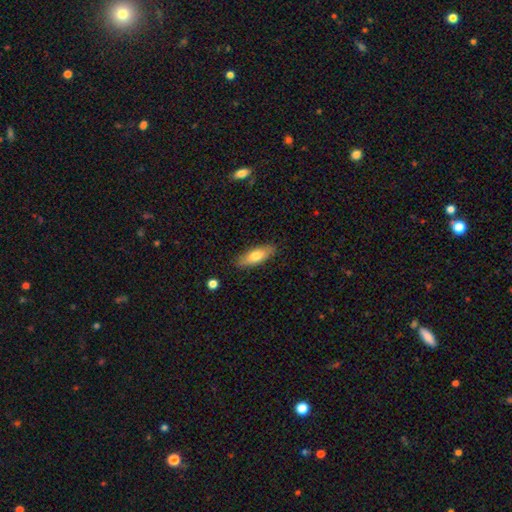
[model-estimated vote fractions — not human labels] Smooth or featured? smooth (71%)
How rounded? in between (65%)
Merging? none (86%)